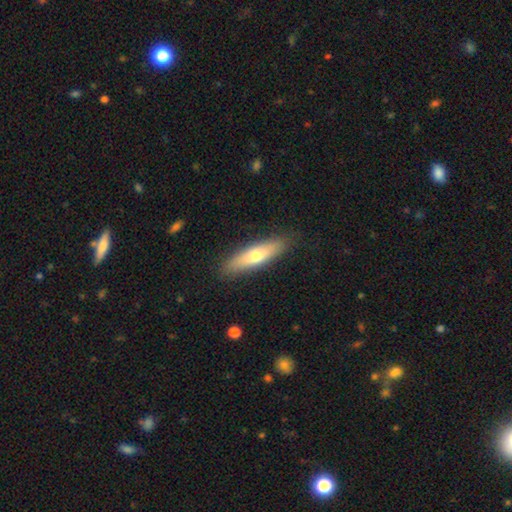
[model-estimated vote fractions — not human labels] Smooth or featured? Predicted: smooth (p=0.62). How rounded? Predicted: cigar-shaped (p=0.66). Merging? Predicted: none (p=0.88).